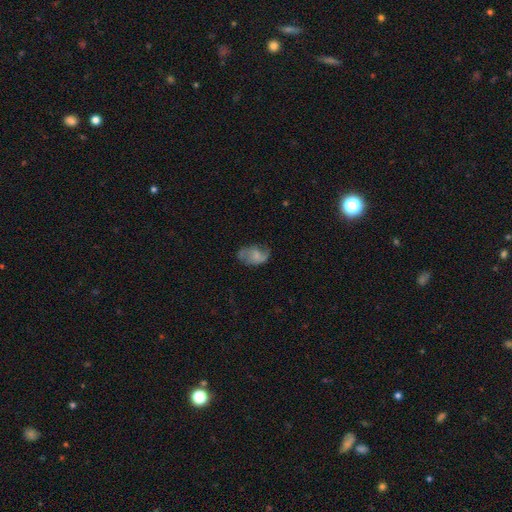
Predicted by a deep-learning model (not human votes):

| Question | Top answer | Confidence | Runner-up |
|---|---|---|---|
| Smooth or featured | featured or disk | 49% | smooth (42%) |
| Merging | none | 52% | minor disturbance (27%) |